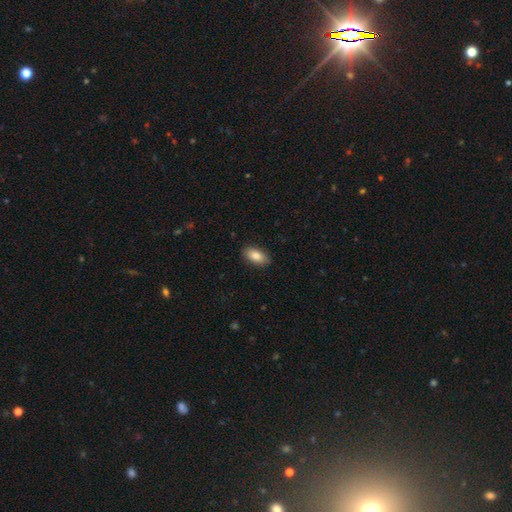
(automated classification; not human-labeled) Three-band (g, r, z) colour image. It shows a smooth galaxy with no disk features (85%) that is in between round and cigar-shaped (92%). Merging: none (88%).